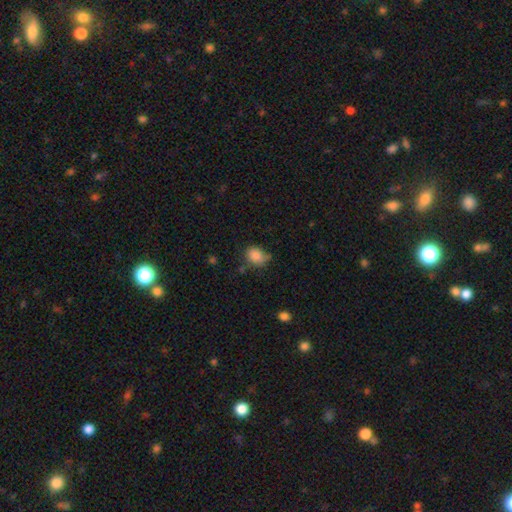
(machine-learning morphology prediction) smooth-or-featured: smooth: 86% | star or artifact: 9% | featured or disk: 5%
  how-rounded: round: 50% | in between: 49% | cigar-shaped: 1%
  merging: none: 58% | minor disturbance: 30% | major disturbance: 8% | merger: 4%